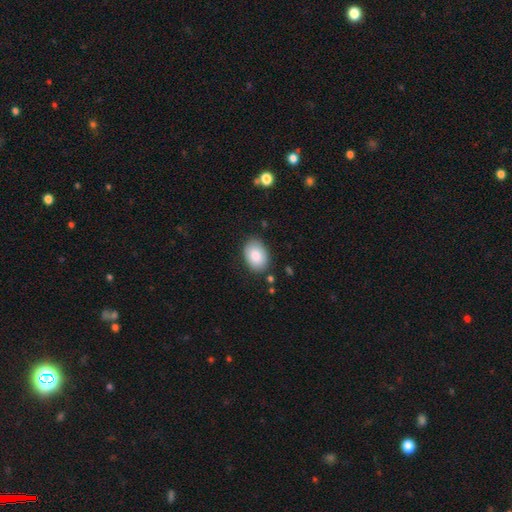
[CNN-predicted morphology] Q: Smooth or featured?
A: smooth (85%); runner-up: featured or disk (8%)
Q: How rounded?
A: in between (81%); runner-up: round (18%)
Q: Merging?
A: none (84%); runner-up: minor disturbance (12%)